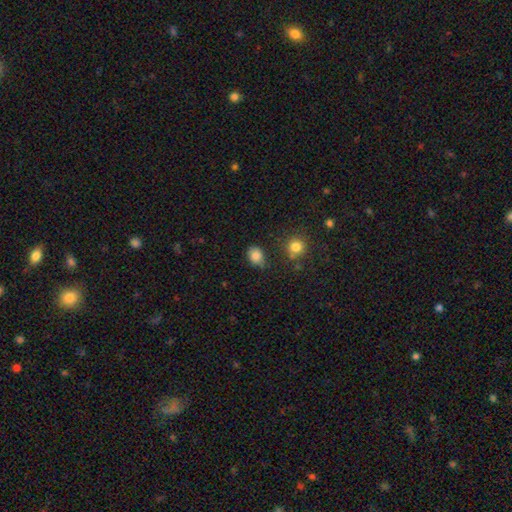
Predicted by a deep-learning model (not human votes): Smooth or featured: smooth — 83% (star or artifact — 11%)
How rounded: round — 50% (in between — 49%)
Merging: none — 64% (minor disturbance — 26%)